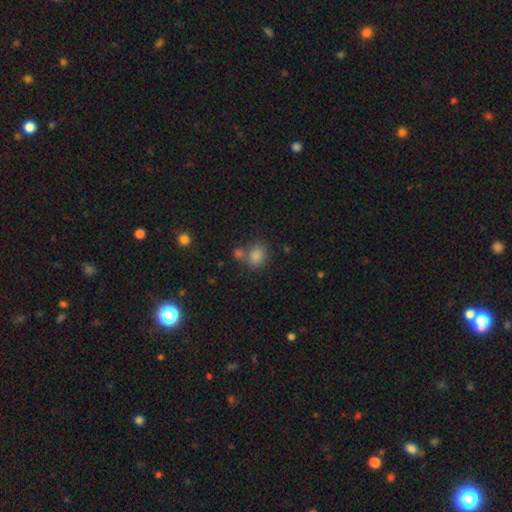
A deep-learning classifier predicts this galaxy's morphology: Q: Smooth or featured?
A: smooth (83%); runner-up: star or artifact (11%)
Q: How rounded?
A: round (58%); runner-up: in between (40%)
Q: Merging?
A: none (57%); runner-up: merger (26%)